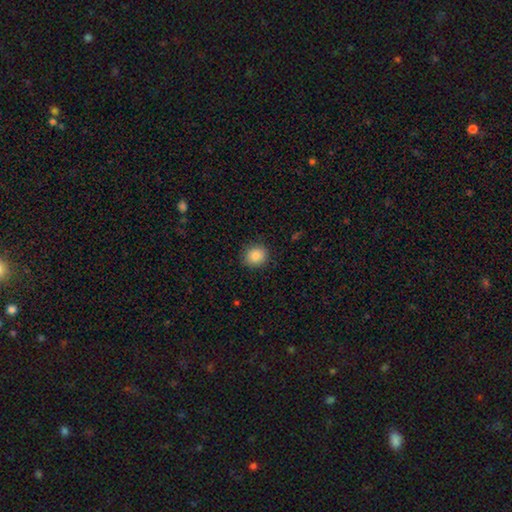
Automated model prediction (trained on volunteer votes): A smooth galaxy with no disk features (86%) that is round (81%).

Vote fractions:
- Smooth or featured? smooth: 86% / star or artifact: 9% / featured or disk: 5%
- How rounded? round: 81% / in between: 18% / cigar-shaped: 1%
- Merging? none: 88% / minor disturbance: 9% / major disturbance: 3% / merger: 1%